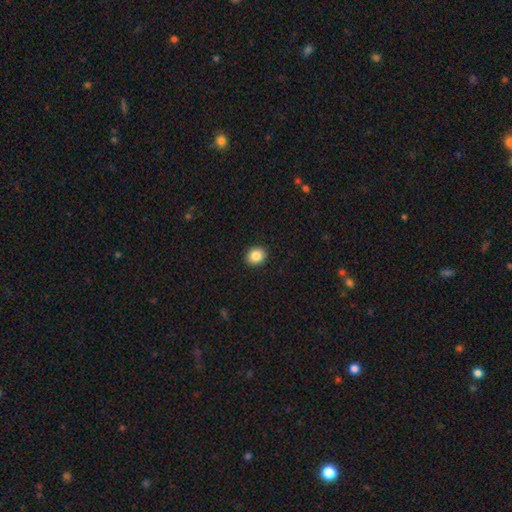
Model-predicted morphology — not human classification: Smooth or featured: smooth — 86% (star or artifact — 9%)
How rounded: round — 62% (in between — 37%)
Merging: none — 92% (minor disturbance — 6%)